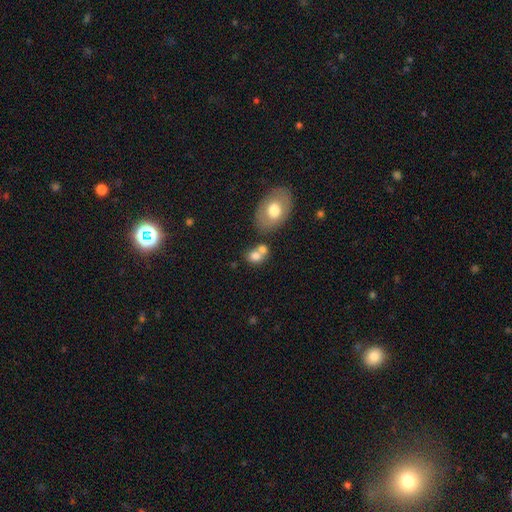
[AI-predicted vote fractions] This is likely a smooth galaxy (75%). How rounded: possibly round (50%). Merging: possibly merger (45%).